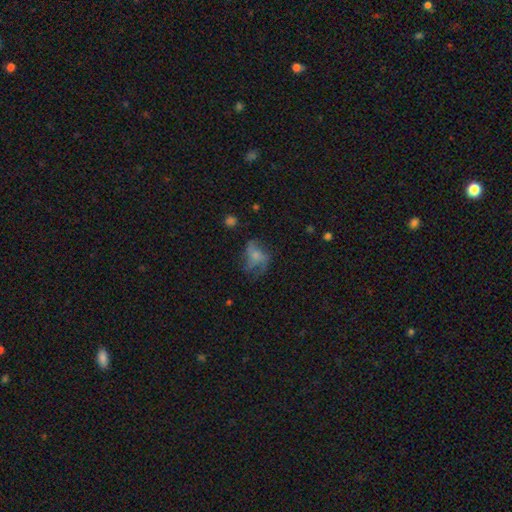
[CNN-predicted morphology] A smooth galaxy with no disk features (47%).

Vote fractions:
- Smooth or featured? smooth: 47% / featured or disk: 39% / star or artifact: 15%
- Merging? none: 37% (tied) / major disturbance: 37% (tied) / minor disturbance: 23% / merger: 3%